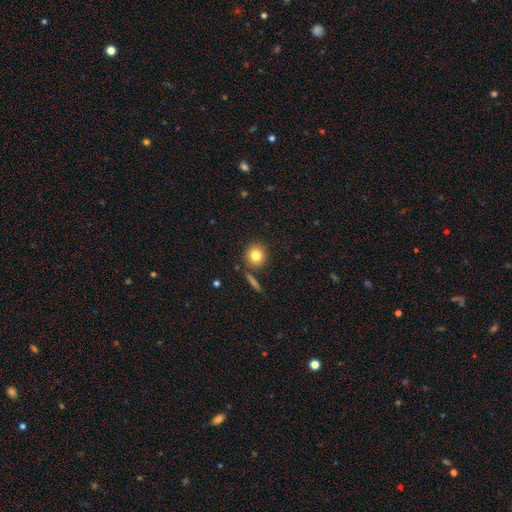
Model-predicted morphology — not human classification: A smooth galaxy with no disk features (80%) that is round (91%). Merging: none (83%).